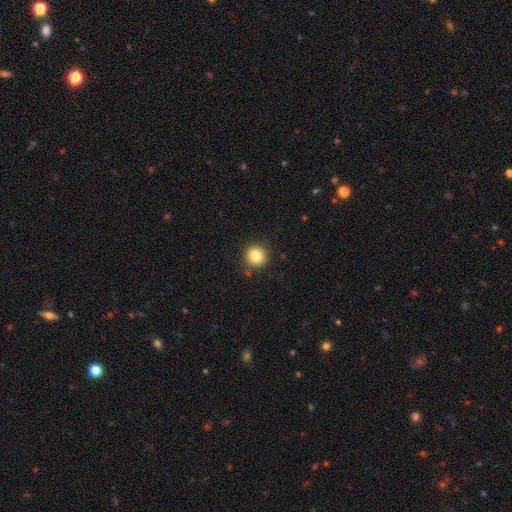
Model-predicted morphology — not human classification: A smooth galaxy with no disk features (84%) that is round (93%).

Vote fractions:
- Smooth or featured? smooth: 84% / star or artifact: 10% / featured or disk: 6%
- How rounded? round: 93% / in between: 6% / cigar-shaped: 1%
- Merging? none: 89% / minor disturbance: 7% / major disturbance: 2% / merger: 2%